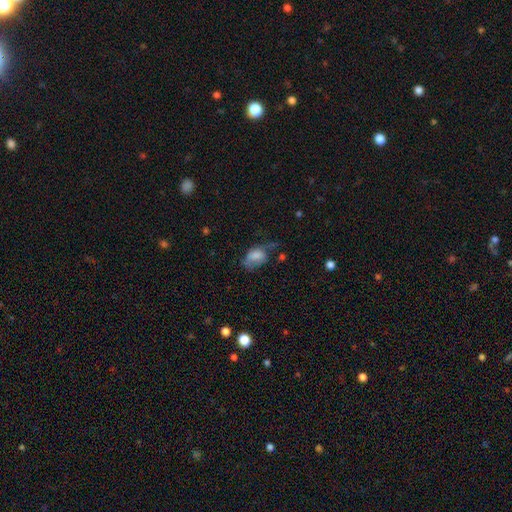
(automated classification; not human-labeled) Smooth or featured? smooth (65%)
How rounded? in between (84%)
Merging? major disturbance (38%)